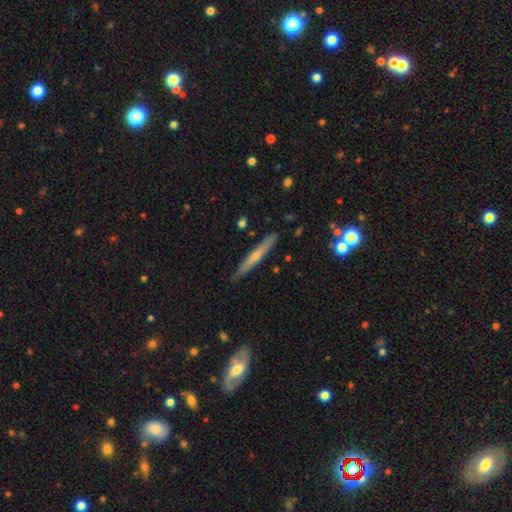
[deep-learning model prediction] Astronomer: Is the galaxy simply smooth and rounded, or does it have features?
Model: featured or disk — 50% (runner-up: smooth, 44%).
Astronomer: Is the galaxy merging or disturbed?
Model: none — 87%.